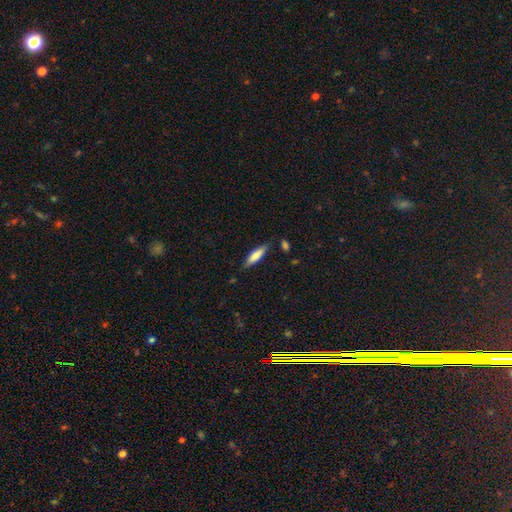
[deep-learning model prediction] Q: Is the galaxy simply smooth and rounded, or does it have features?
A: smooth — 70%.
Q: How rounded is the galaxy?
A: cigar-shaped — 66%.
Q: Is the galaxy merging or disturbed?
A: none — 81%.